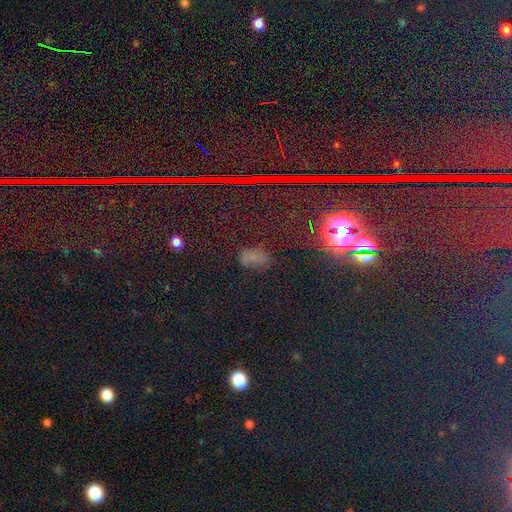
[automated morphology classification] smooth-or-featured: star or artifact: 66% | smooth: 24% | featured or disk: 10%